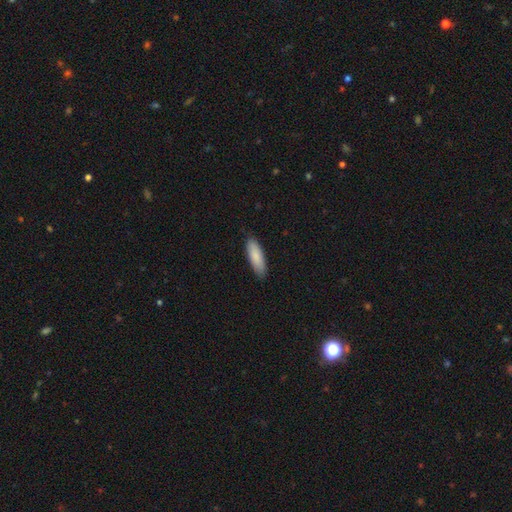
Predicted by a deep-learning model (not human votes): A smooth galaxy with no disk features (87%) that is in between round and cigar-shaped (55%).

Vote fractions:
- Smooth or featured? smooth: 87% / featured or disk: 8% / star or artifact: 5%
- How rounded? in between: 55% / cigar-shaped: 44% / round: 1%
- Merging? none: 86% / minor disturbance: 11% / major disturbance: 2% / merger: 1%